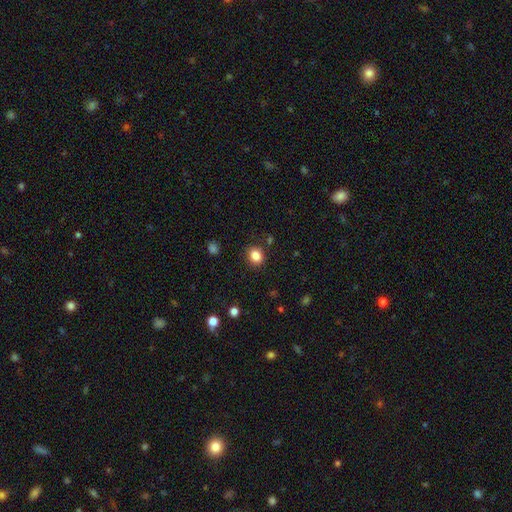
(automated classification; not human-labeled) Q: Smooth or featured?
A: smooth (84%); runner-up: star or artifact (11%)
Q: How rounded?
A: round (71%); runner-up: in between (28%)
Q: Merging?
A: none (85%); runner-up: minor disturbance (9%)